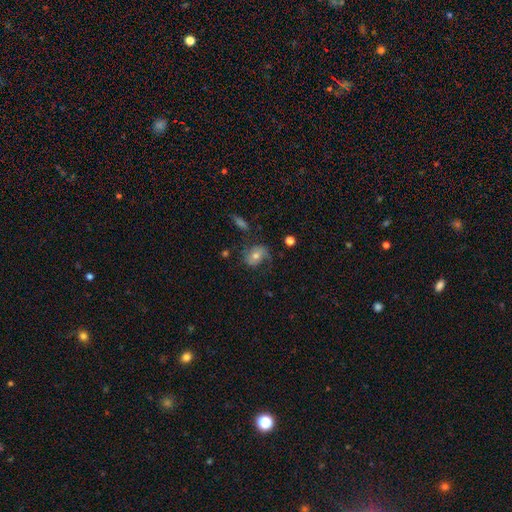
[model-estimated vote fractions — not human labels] Smooth or featured: featured or disk — 46% (smooth — 45%)
Merging: none — 52% (minor disturbance — 24%)